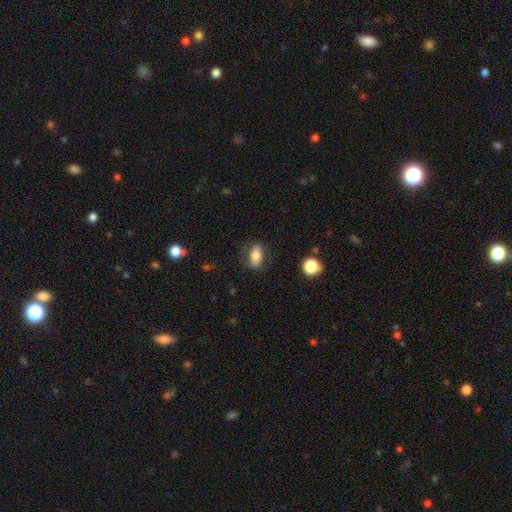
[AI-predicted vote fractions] smooth_or_featured: smooth (p=0.73) [alt: featured or disk p=0.19]
how_rounded: in between (p=0.86) [alt: round p=0.08]
merging: none (p=0.77) [alt: minor disturbance p=0.15]